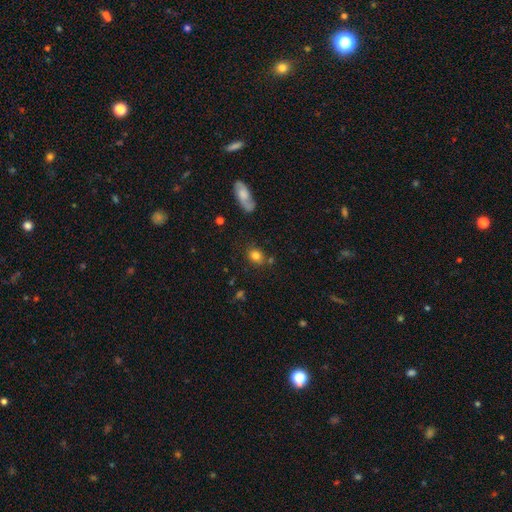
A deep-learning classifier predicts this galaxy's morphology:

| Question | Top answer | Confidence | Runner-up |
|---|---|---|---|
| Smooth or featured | smooth | 79% | star or artifact (11%) |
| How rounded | round | 52% | in between (46%) |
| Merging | none | 77% | minor disturbance (13%) |